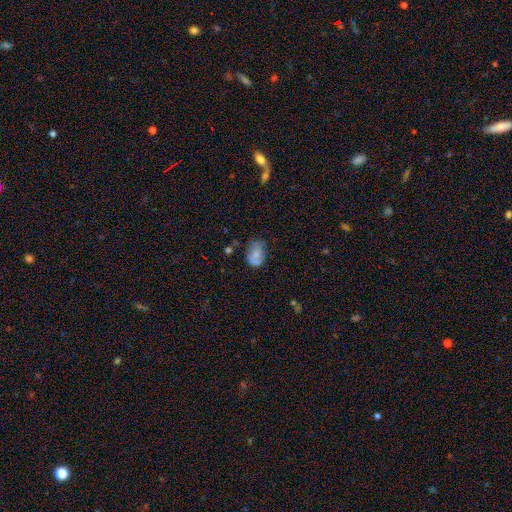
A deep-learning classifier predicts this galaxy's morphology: Smooth or featured?
  - smooth: 68% *
  - featured or disk: 22%
  - star or artifact: 9%
How rounded?
  - in between: 78% *
  - round: 20%
  - cigar-shaped: 1%
Merging?
  - none: 55% *
  - minor disturbance: 30%
  - major disturbance: 11%
  - merger: 4%